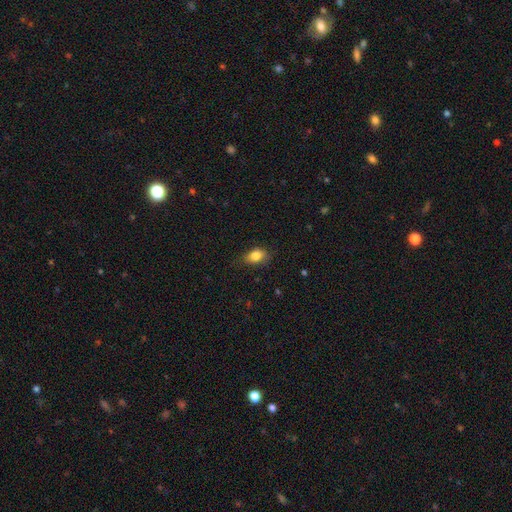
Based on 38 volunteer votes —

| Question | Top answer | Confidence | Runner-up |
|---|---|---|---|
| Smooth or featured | smooth | 89% | star or artifact (8%) |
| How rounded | in between | 79% | round (18%) |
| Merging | none | 83% | minor disturbance (11%) |